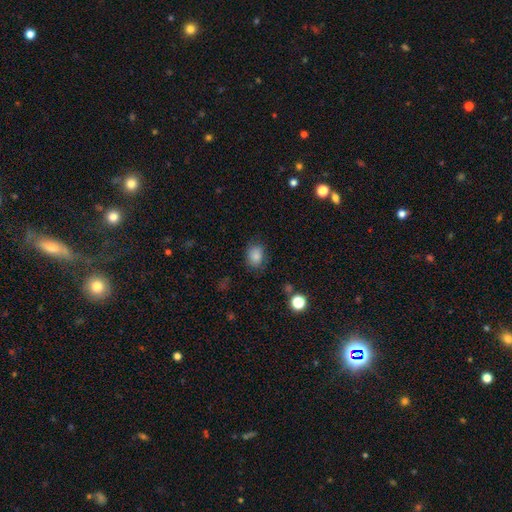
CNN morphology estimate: Q: Smooth or featured?
A: smooth (83%); runner-up: star or artifact (11%)
Q: How rounded?
A: in between (52%); runner-up: round (47%)
Q: Merging?
A: none (76%); runner-up: minor disturbance (17%)